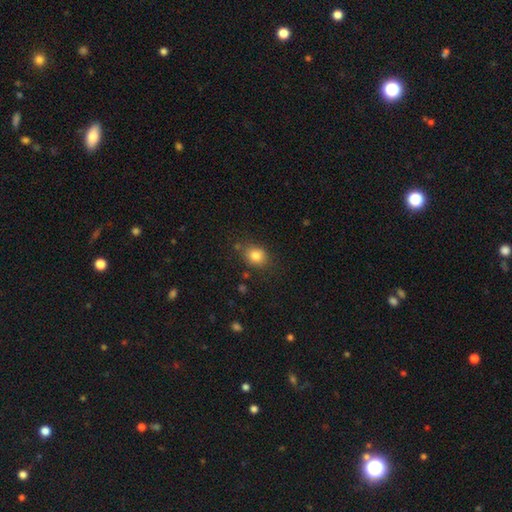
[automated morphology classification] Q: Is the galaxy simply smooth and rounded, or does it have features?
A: smooth — 82%.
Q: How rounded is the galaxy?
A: round — 51%.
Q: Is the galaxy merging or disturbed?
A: none — 76%.